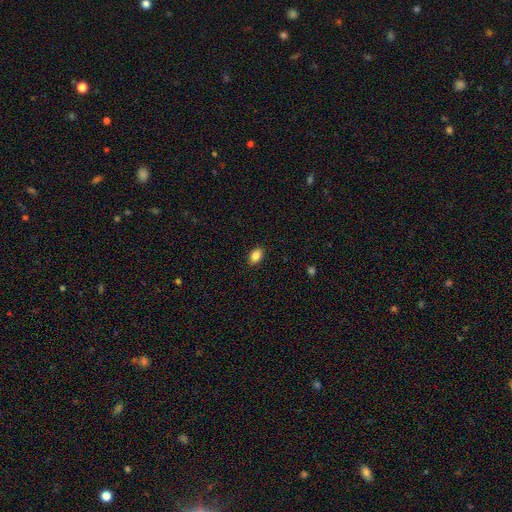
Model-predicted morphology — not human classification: smooth 86%, star or artifact 9%, featured or disk 5%. Down the decision tree: how rounded — in between (83%); merging — none (89%).